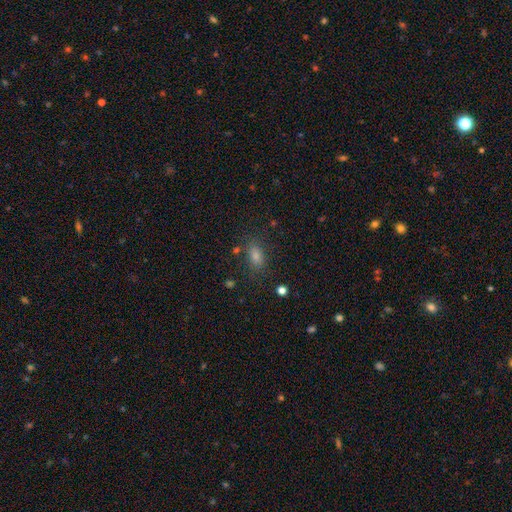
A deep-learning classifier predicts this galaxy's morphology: A smooth galaxy with no disk features (70%) that is in between round and cigar-shaped (80%). Merging: none (81%).